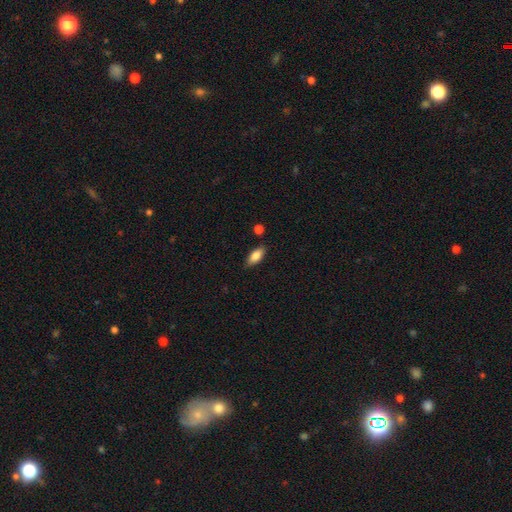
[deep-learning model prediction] Smooth or featured? smooth (84%)
How rounded? in between (84%)
Merging? none (82%)